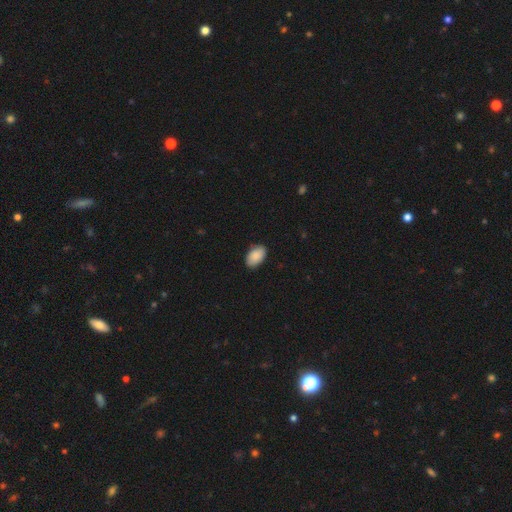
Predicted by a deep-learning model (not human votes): A smooth galaxy with no disk features (90%) that is in between round and cigar-shaped (94%). Merging: none (87%).